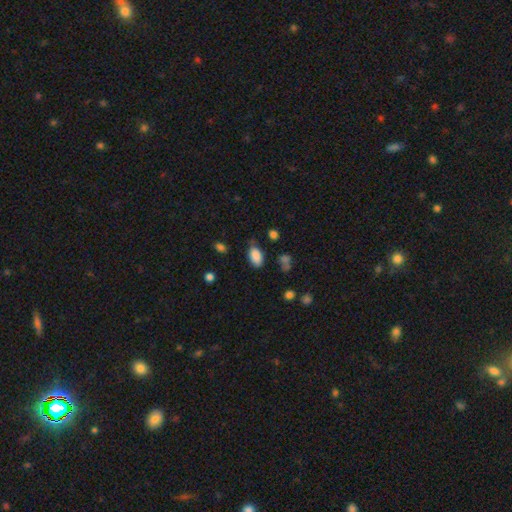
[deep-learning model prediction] smooth-or-featured: smooth: 86% | star or artifact: 8% | featured or disk: 6%
  how-rounded: in between: 93% | round: 5% | cigar-shaped: 2%
  merging: none: 68% | minor disturbance: 24% | major disturbance: 6% | merger: 3%